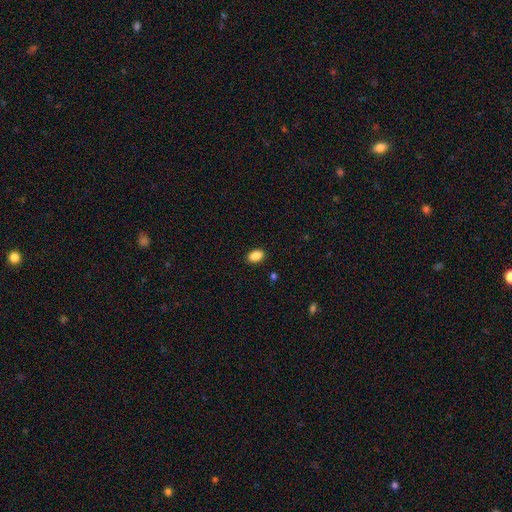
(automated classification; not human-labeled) smooth 89%, star or artifact 8%, featured or disk 3%. Down the decision tree: how rounded — in between (87%); merging — none (89%).